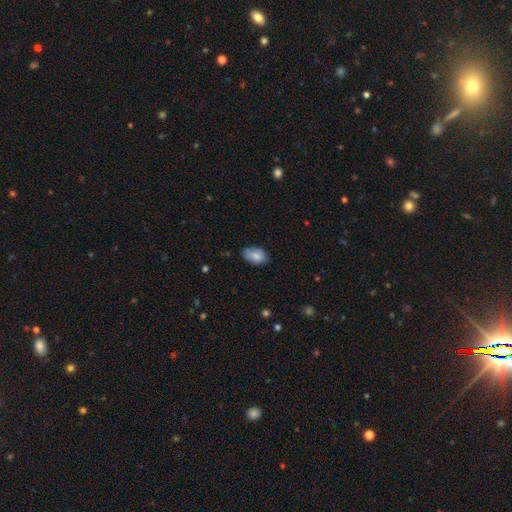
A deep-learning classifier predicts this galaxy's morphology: A smooth galaxy with no disk features (83%) that is in between round and cigar-shaped (91%).

Vote fractions:
- Smooth or featured? smooth: 83% / featured or disk: 10% / star or artifact: 7%
- How rounded? in between: 91% / round: 8% / cigar-shaped: 1%
- Merging? none: 71% / minor disturbance: 24% / major disturbance: 4% / merger: 1%